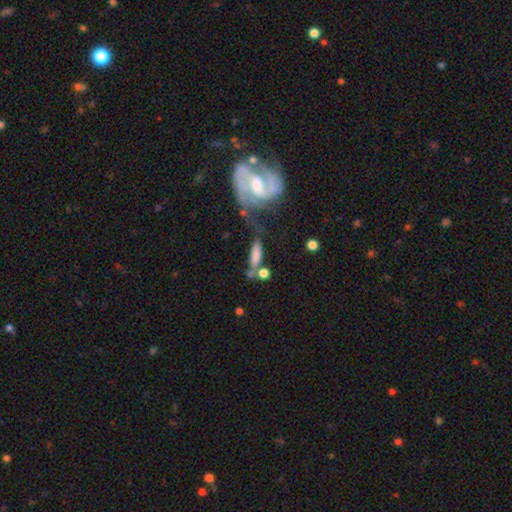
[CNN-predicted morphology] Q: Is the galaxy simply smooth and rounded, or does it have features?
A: smooth — 67%.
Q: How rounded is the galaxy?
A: cigar-shaped — 52%.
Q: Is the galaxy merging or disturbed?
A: none — 44%.